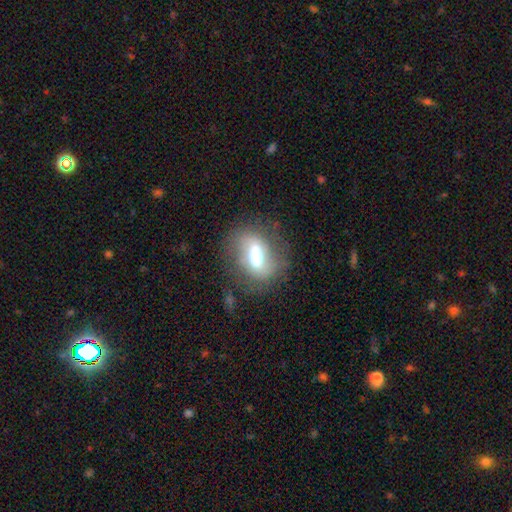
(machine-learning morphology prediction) Smooth or featured? smooth (49%)
Merging? none (69%)